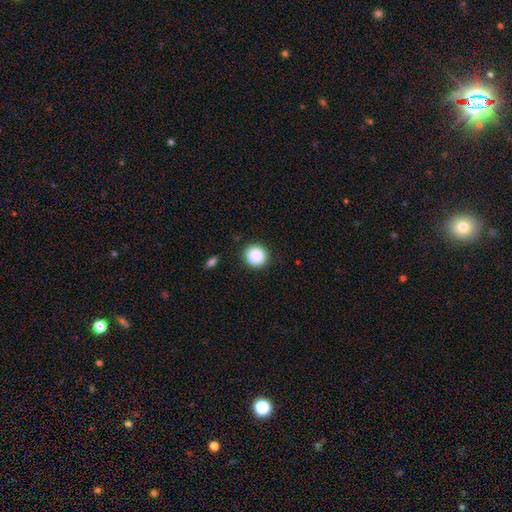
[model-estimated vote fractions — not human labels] smooth_or_featured: smooth (p=0.88) [alt: star or artifact p=0.09]
how_rounded: round (p=0.93) [alt: in between p=0.06]
merging: none (p=0.89) [alt: minor disturbance p=0.07]